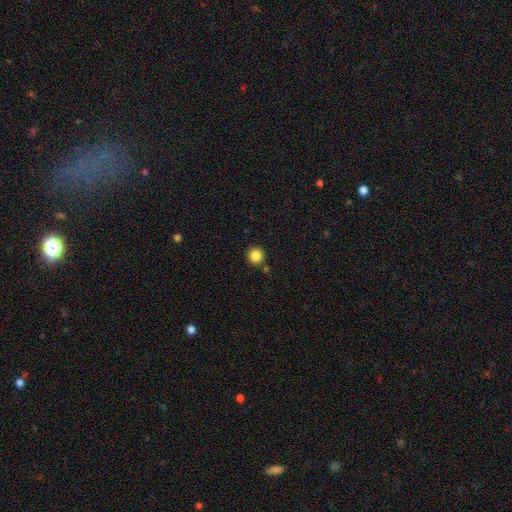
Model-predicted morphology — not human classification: type=smooth (85%); roundness=round (95%); merging=none (88%).